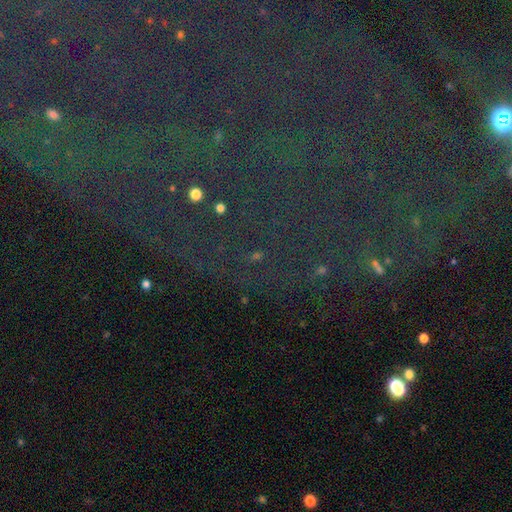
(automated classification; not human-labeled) Morphology: type=star or artifact (84%).